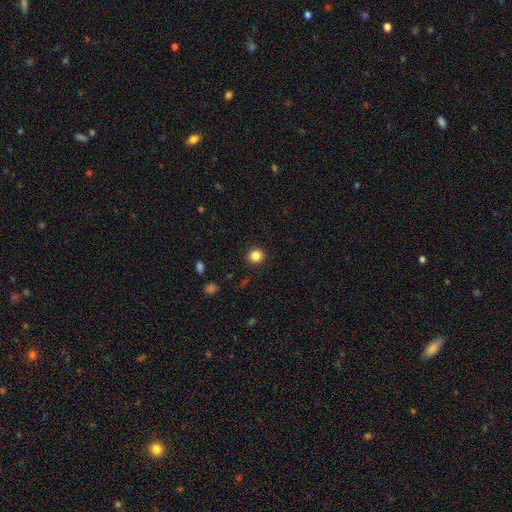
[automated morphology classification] A smooth galaxy with no disk features (85%) that is round (91%).

Vote fractions:
- Smooth or featured? smooth: 85% / star or artifact: 11% / featured or disk: 4%
- How rounded? round: 91% / in between: 8% / cigar-shaped: 1%
- Merging? none: 92% / minor disturbance: 5% / major disturbance: 2% / merger: 1%